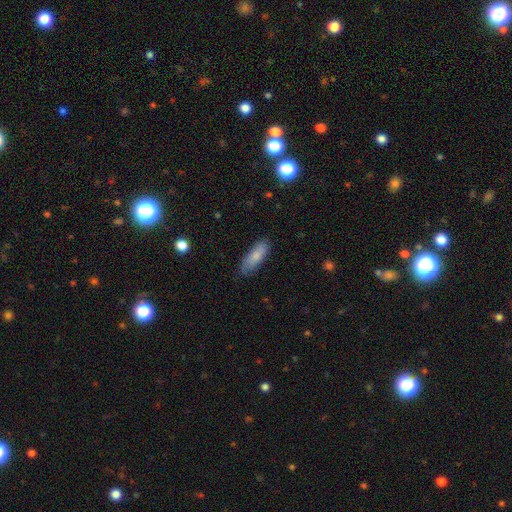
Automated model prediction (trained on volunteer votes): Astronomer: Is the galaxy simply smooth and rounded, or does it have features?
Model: smooth — 81%.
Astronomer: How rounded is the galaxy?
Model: in between — 58% (runner-up: cigar-shaped, 41%).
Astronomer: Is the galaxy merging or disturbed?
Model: none — 81%.